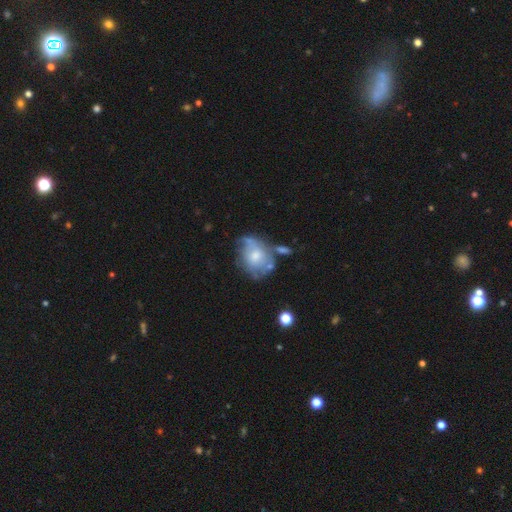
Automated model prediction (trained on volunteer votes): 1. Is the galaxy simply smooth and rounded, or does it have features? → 49% featured or disk, 44% smooth, 8% star or artifact.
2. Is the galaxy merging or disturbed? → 39% none, 29% minor disturbance, 19% major disturbance, 13% merger.